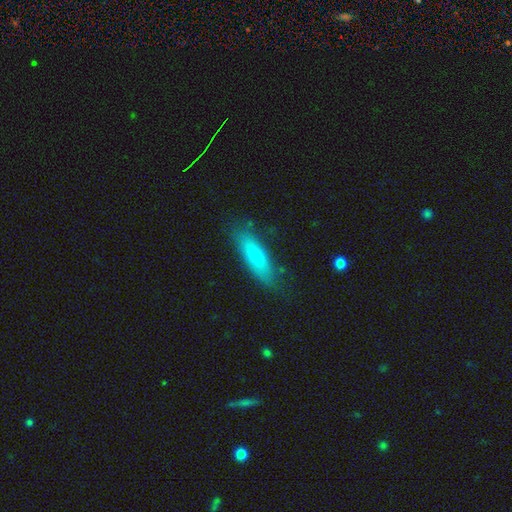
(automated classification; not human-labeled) smooth-or-featured: smooth: 67% | featured or disk: 25% | star or artifact: 8%
  how-rounded: cigar-shaped: 64% | in between: 34% | round: 2%
  merging: none: 77% | minor disturbance: 17% | major disturbance: 5% | merger: 2%